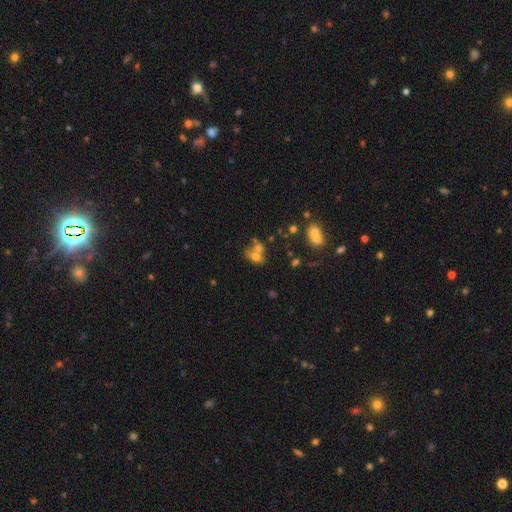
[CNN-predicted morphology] Smooth or featured? Predicted: smooth (p=0.60). How rounded? Predicted: in between (p=0.58). Merging? Predicted: merger (p=0.50).